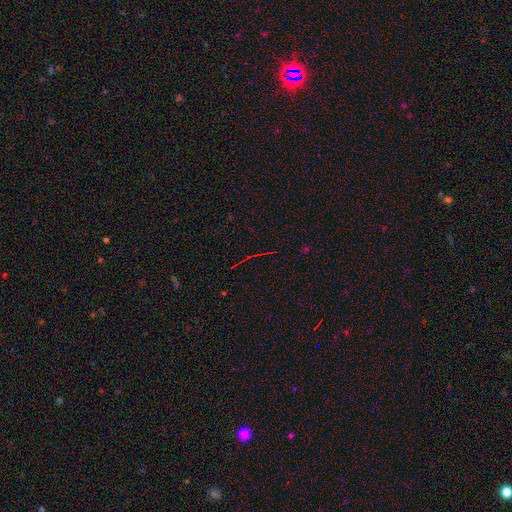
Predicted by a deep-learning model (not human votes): Q: Smooth or featured?
A: star or artifact (74%); runner-up: featured or disk (15%)